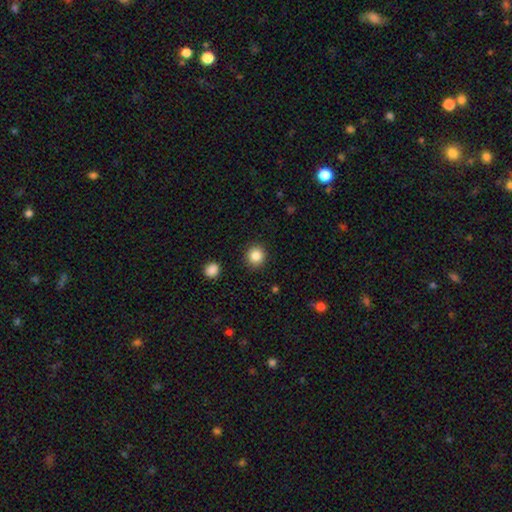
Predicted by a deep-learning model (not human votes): smooth-or-featured: smooth: 86% | star or artifact: 10% | featured or disk: 4%
  how-rounded: round: 92% | in between: 7% | cigar-shaped: 1%
  merging: none: 91% | minor disturbance: 6% | major disturbance: 2% | merger: 1%